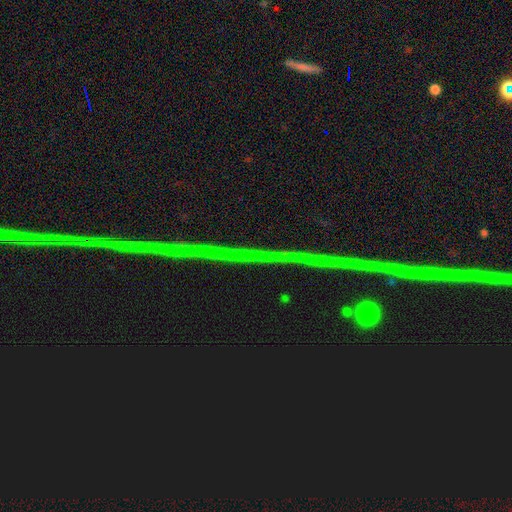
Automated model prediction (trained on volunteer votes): Smooth or featured? star or artifact (85%)